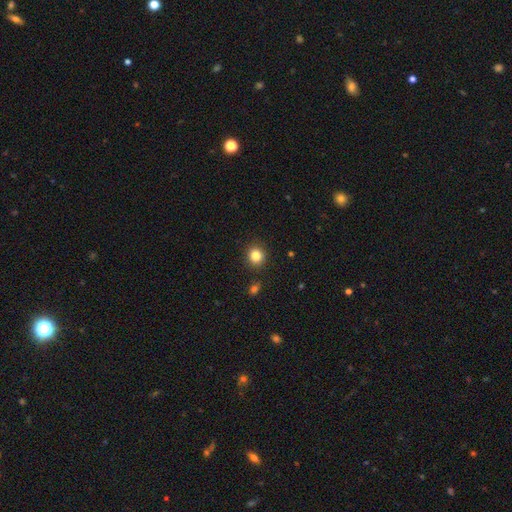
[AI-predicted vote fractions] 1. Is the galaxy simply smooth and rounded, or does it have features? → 83% smooth, 12% star or artifact, 5% featured or disk.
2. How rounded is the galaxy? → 88% round, 11% in between, 1% cigar-shaped.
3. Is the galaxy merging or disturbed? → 90% none, 6% minor disturbance, 2% major disturbance, 2% merger.